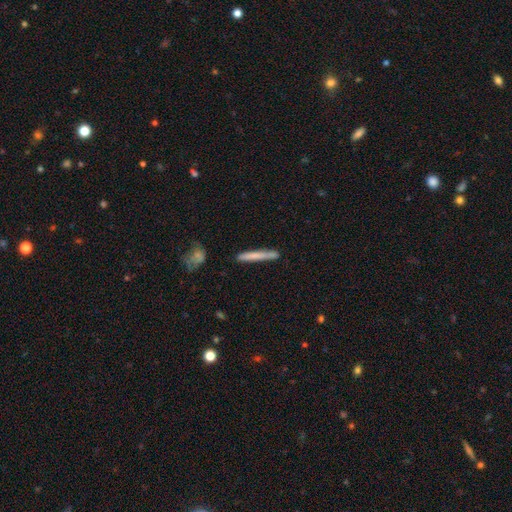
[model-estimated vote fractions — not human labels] Morphology: type=smooth (68%); roundness=cigar-shaped (96%); merging=none (84%).